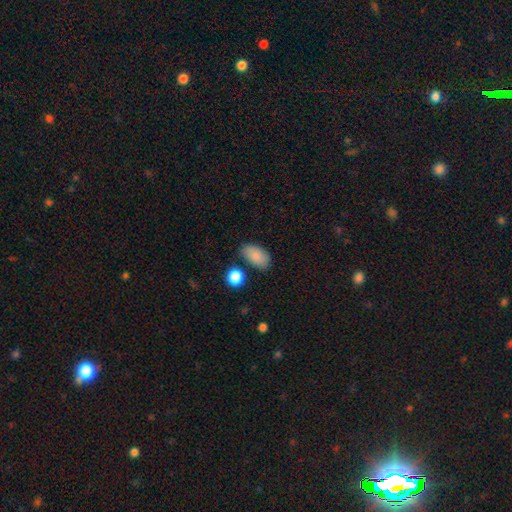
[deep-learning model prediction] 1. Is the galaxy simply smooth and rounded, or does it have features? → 85% smooth, 8% star or artifact, 7% featured or disk.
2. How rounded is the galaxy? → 92% in between, 7% round, 2% cigar-shaped.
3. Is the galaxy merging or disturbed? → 74% none, 17% minor disturbance, 5% merger, 4% major disturbance.